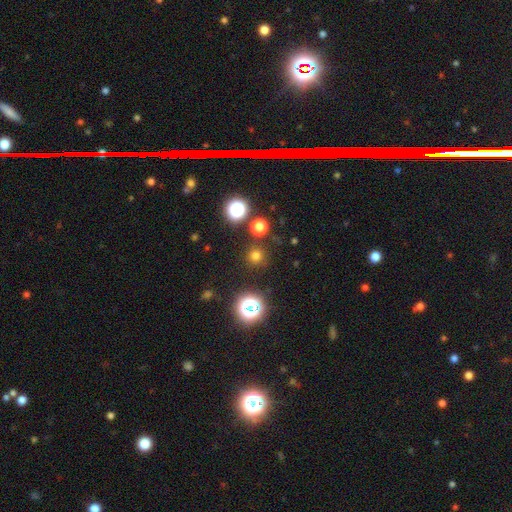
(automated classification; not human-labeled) This is likely a smooth galaxy (72%). How rounded: clearly round (95%). Merging: clearly none (88%).